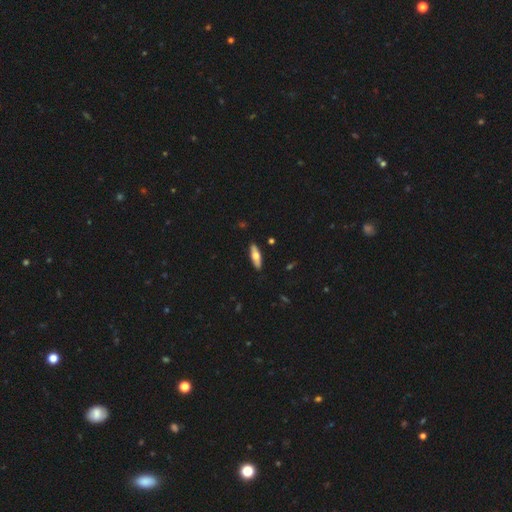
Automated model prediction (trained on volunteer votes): This appears to be a smooth galaxy with no disk features (55%) that is cigar-shaped (52%). Merging: none (89%).